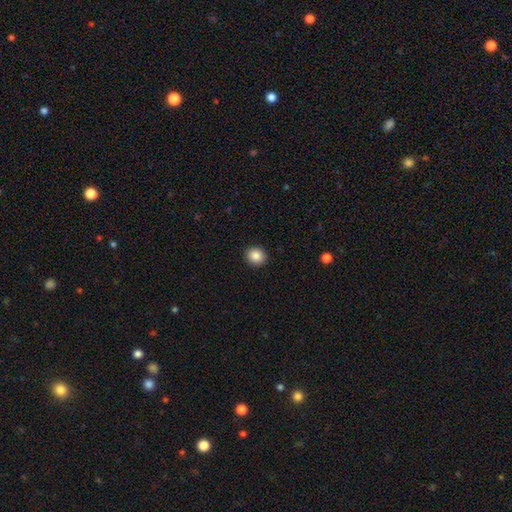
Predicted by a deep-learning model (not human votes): The model was most divided on "how rounded": round: 80%, in between: 19%, cigar-shaped: 1%. More confident: merging — none (92%); smooth or featured — smooth (87%).